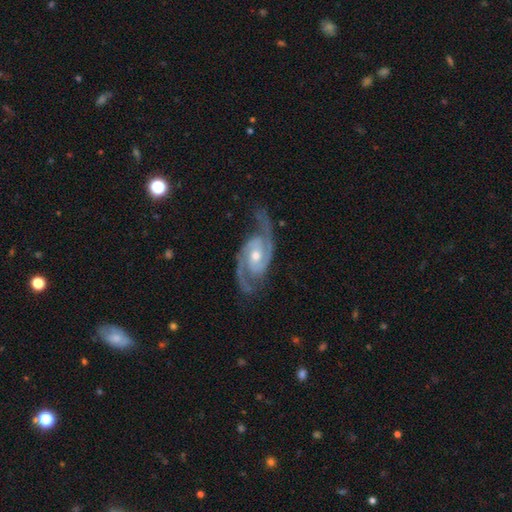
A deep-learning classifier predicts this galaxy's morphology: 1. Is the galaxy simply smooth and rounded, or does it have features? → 93% featured or disk, 4% star or artifact, 3% smooth.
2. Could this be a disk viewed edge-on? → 97% no, 3% yes.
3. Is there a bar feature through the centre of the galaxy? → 54% no, 34% weak, 12% strong.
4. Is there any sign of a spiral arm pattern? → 98% yes, 2% no.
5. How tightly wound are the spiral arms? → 55% medium, 31% tight, 14% loose.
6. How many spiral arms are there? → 92% 2, 3% 3, 2% can't tell, 1% 1, 1% 4, 1% more than 4.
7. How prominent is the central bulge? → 61% moderate, 34% small, 3% large, 1% none, 1% dominant.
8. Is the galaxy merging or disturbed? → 78% none, 15% minor disturbance, 6% major disturbance, 1% merger.